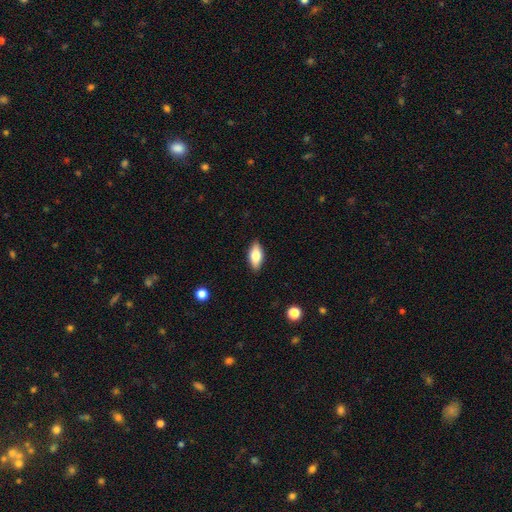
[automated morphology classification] Q: Smooth or featured?
A: smooth (74%); runner-up: featured or disk (19%)
Q: How rounded?
A: in between (85%); runner-up: cigar-shaped (12%)
Q: Merging?
A: none (87%); runner-up: minor disturbance (10%)